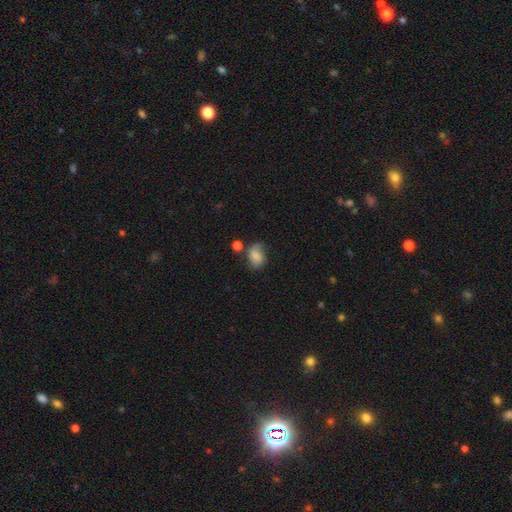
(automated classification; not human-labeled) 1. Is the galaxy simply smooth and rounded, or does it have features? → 60% smooth, 29% featured or disk, 11% star or artifact.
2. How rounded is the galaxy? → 69% in between, 30% round, 1% cigar-shaped.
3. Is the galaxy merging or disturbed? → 48% none, 29% minor disturbance, 13% major disturbance, 9% merger.